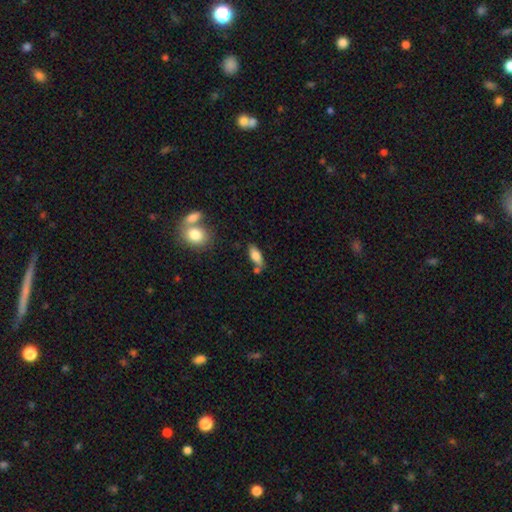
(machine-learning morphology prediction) smooth-or-featured: smooth: 76% | featured or disk: 17% | star or artifact: 7%
  how-rounded: in between: 77% | cigar-shaped: 20% | round: 3%
  merging: none: 65% | minor disturbance: 17% | merger: 14% | major disturbance: 5%